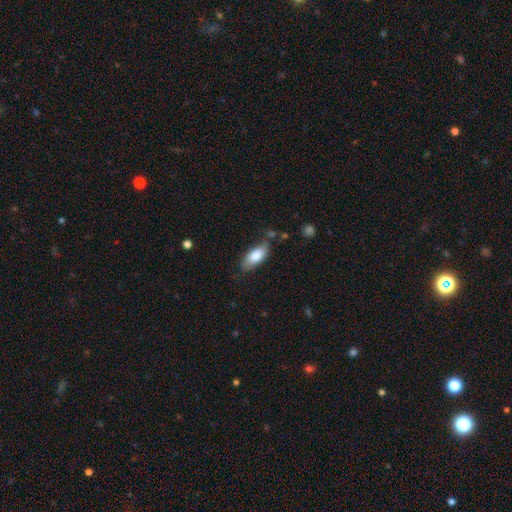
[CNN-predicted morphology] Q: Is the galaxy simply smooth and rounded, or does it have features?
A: smooth — 79%.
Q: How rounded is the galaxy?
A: in between — 85%.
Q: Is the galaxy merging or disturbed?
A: none — 66%.